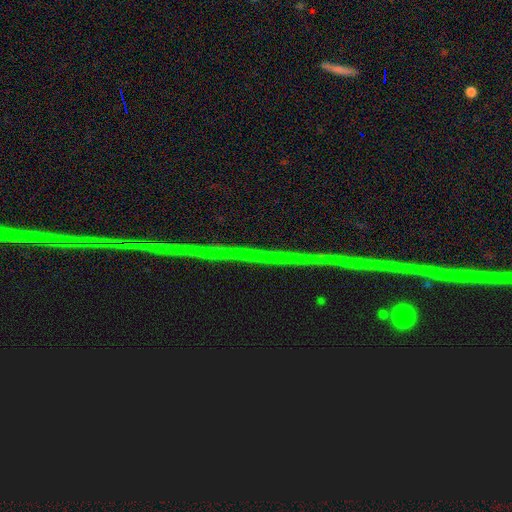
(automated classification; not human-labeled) Q: Smooth or featured?
A: star or artifact (85%); runner-up: featured or disk (10%)